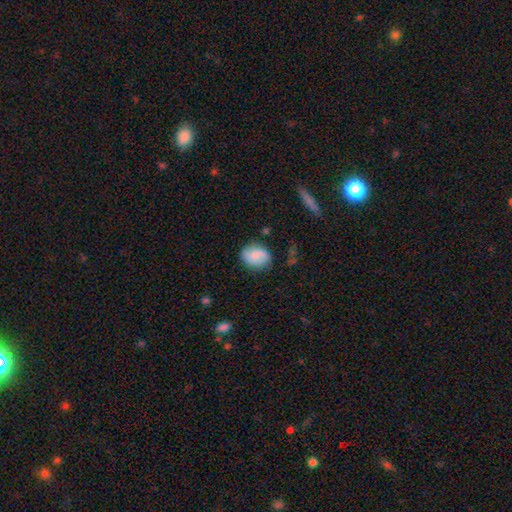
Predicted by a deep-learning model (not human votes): smooth_or_featured: smooth (p=0.75) [alt: featured or disk p=0.17]
how_rounded: round (p=0.57) [alt: in between p=0.41]
merging: none (p=0.74) [alt: minor disturbance p=0.18]